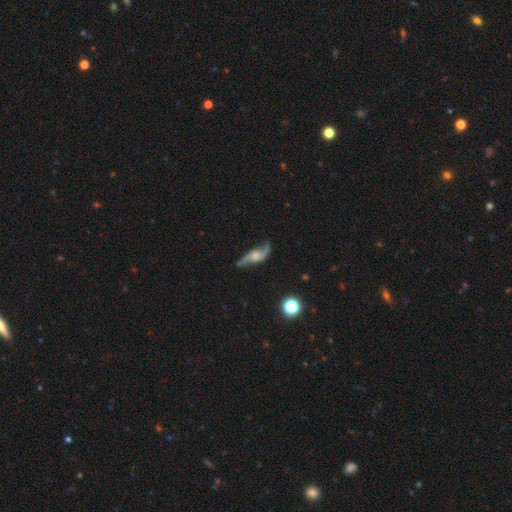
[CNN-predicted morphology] This appears to be a featured or disk galaxy (84%) with no bar (59%), 2 (93%) loose (77%) spiral arms (96%) and a moderate central bulge (34%). Merging: none (73%).